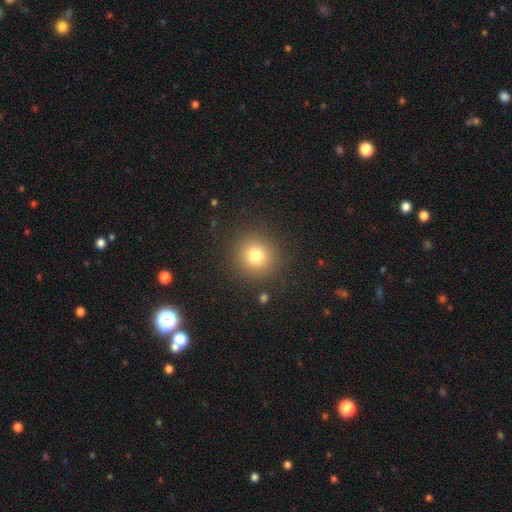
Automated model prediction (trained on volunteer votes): A smooth galaxy with no disk features (78%) that is round (93%). Merging: none (89%).